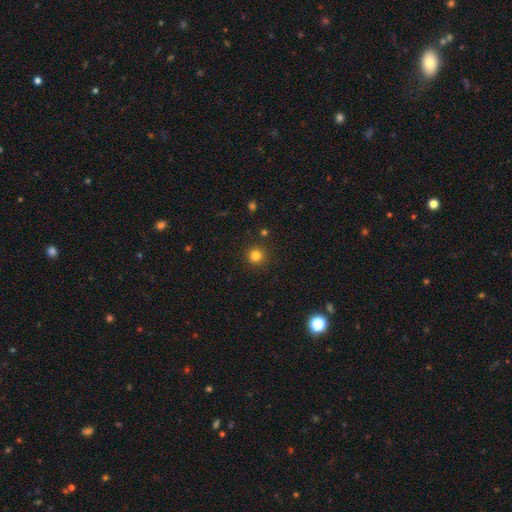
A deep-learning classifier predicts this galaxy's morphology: smooth_or_featured: smooth (p=0.81) [alt: star or artifact p=0.14]
how_rounded: round (p=0.95) [alt: in between p=0.04]
merging: none (p=0.91) [alt: minor disturbance p=0.05]